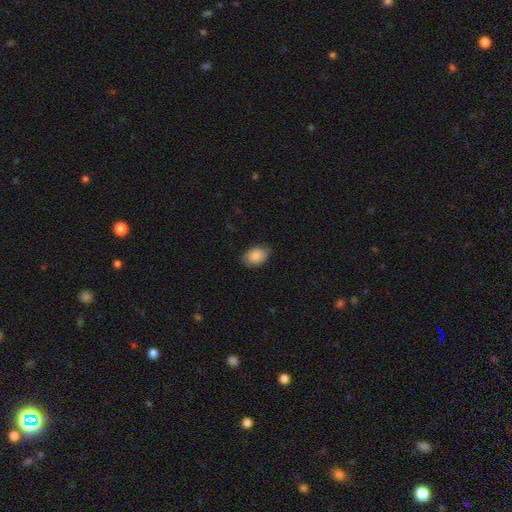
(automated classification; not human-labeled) A smooth galaxy with no disk features (84%) that is in between round and cigar-shaped (82%). Merging: none (76%).